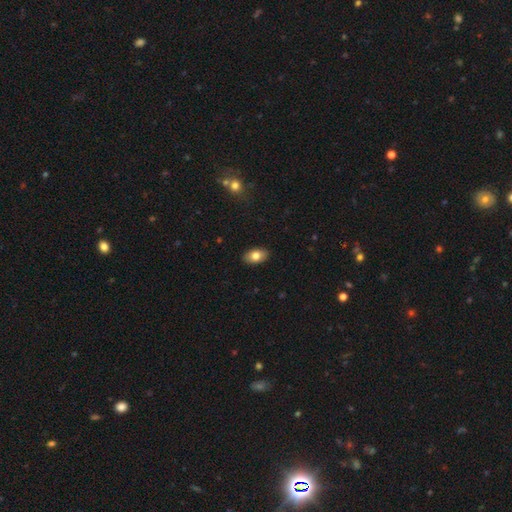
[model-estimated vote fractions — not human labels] Smooth or featured? smooth (79%)
How rounded? in between (91%)
Merging? none (89%)